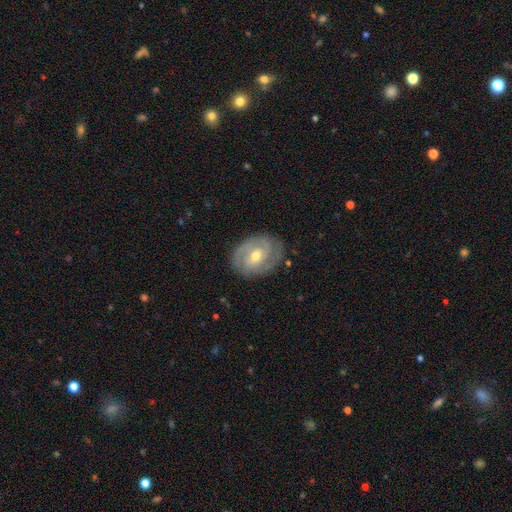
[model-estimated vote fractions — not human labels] A featured or disk galaxy (83%) with a weak bar (44%), 2 (57%) tight (62%) spiral arms (93%) and a moderate central bulge (63%). Merging: none (80%).